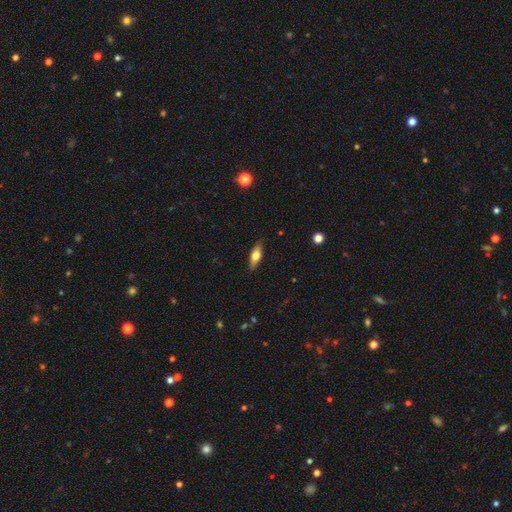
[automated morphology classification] This appears to be a smooth galaxy with no disk features (53%) that is in between round and cigar-shaped (58%). Merging: none (86%).